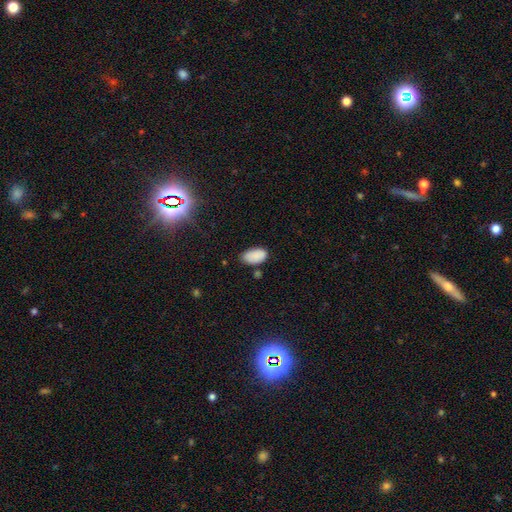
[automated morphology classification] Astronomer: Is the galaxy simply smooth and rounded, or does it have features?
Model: smooth — 87%.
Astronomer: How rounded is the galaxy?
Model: in between — 95%.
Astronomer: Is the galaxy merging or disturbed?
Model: none — 72%.